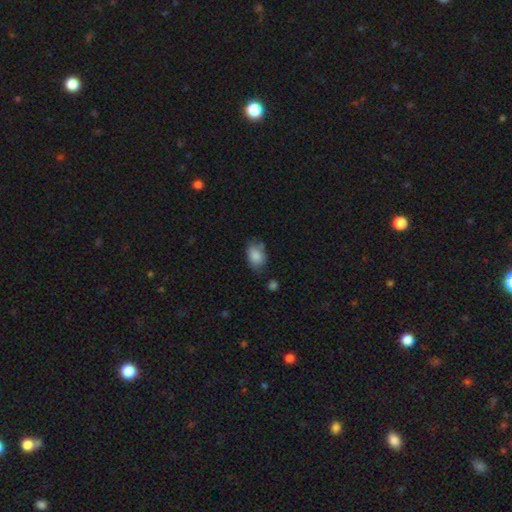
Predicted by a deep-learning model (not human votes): Morphology: type=smooth (86%); roundness=in between (84%); merging=none (66%).